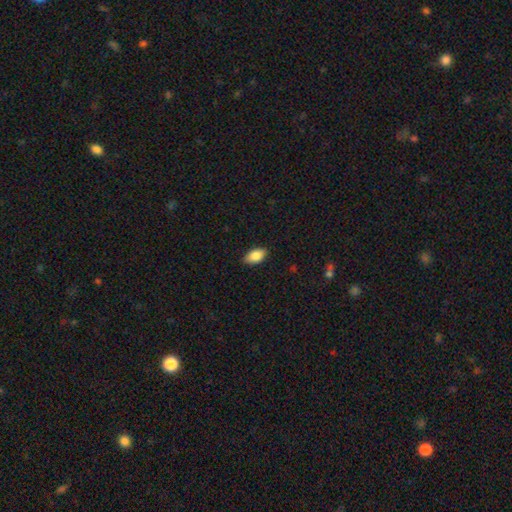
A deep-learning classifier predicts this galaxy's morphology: Smooth or featured? Predicted: smooth (p=0.86). How rounded? Predicted: in between (p=0.93). Merging? Predicted: none (p=0.87).